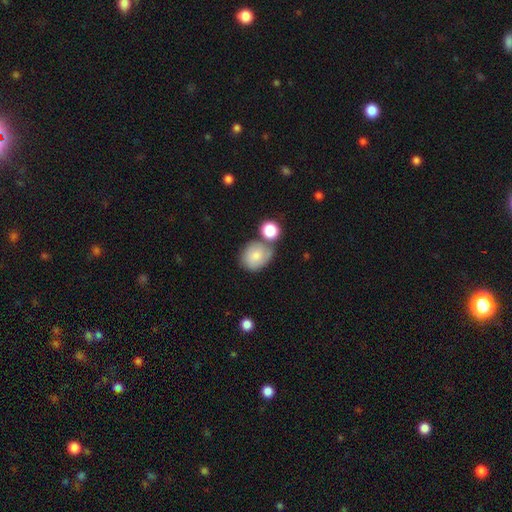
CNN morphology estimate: smooth_or_featured: smooth (p=0.78) [alt: featured or disk p=0.14]
how_rounded: round (p=0.62) [alt: in between p=0.37]
merging: none (p=0.50) [alt: merger p=0.25]